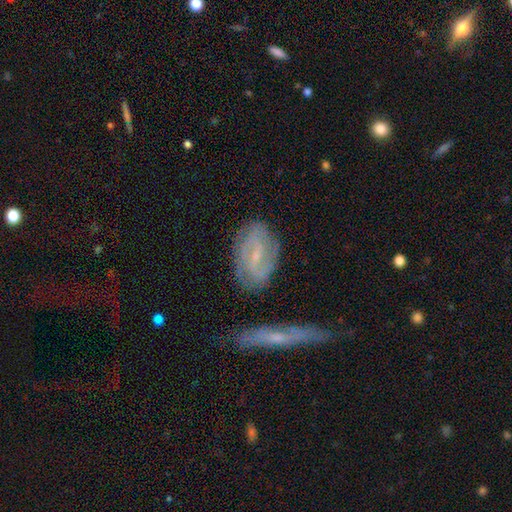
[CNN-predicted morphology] smooth_or_featured: featured or disk (p=0.77) [alt: smooth p=0.16]
disk_edge_on: no (p=0.94) [alt: yes p=0.06]
bar: weak (p=0.51) [alt: strong p=0.28]
has_spiral_arms: yes (p=0.88) [alt: no p=0.12]
spiral_winding: tight (p=0.41) [alt: medium p=0.39]
spiral_arm_count: 2 (p=0.62) [alt: can't tell p=0.23]
bulge_size: small (p=0.74) [alt: moderate p=0.15]
merging: none (p=0.73) [alt: minor disturbance p=0.17]